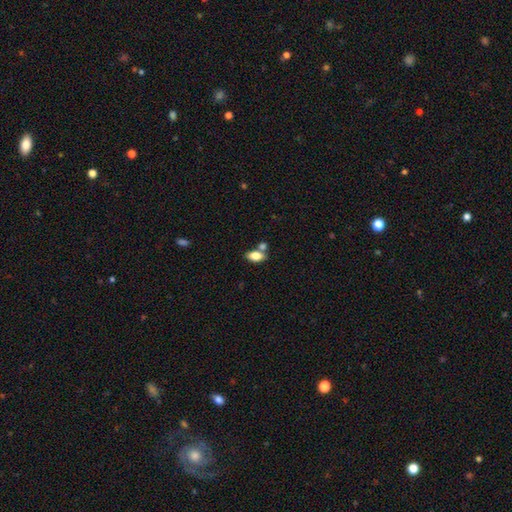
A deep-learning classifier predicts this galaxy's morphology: smooth-or-featured: smooth: 81% | featured or disk: 11% | star or artifact: 8%
  how-rounded: in between: 90% | round: 5% | cigar-shaped: 4%
  merging: none: 61% | merger: 24% | minor disturbance: 12% | major disturbance: 3%